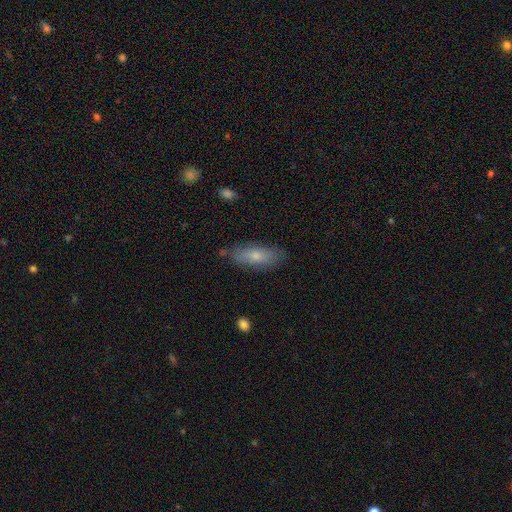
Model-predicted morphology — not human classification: This is likely a smooth galaxy (71%). How rounded: likely in between (65%). Merging: likely none (80%).